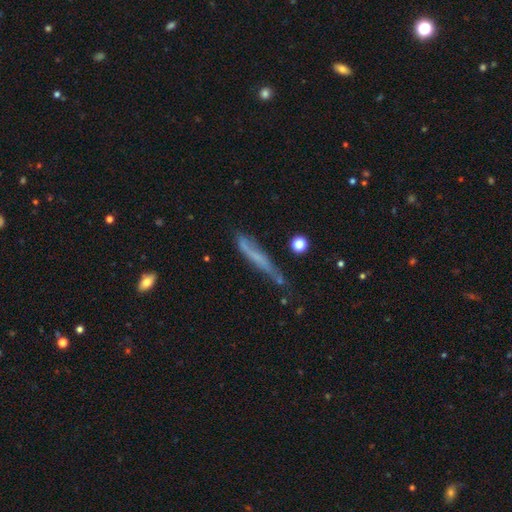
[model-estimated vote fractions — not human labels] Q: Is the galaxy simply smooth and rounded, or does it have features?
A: smooth — 46%.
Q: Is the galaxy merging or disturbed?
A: none — 56%.